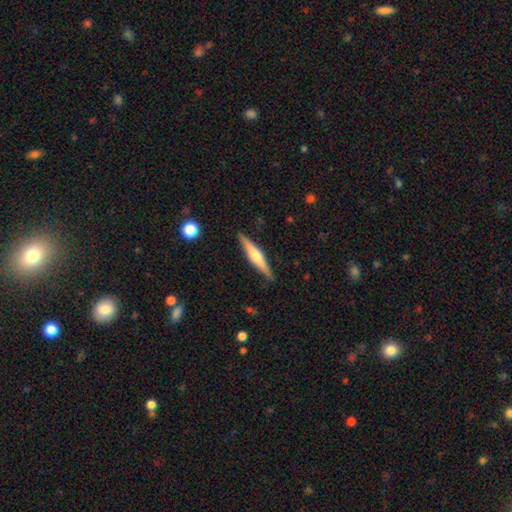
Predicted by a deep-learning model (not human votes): This is possibly a featured or disk galaxy (59%). It is clearly viewed edge-on (97%). Edge-on bulge: clearly rounded (83%). Merging: clearly none (88%).